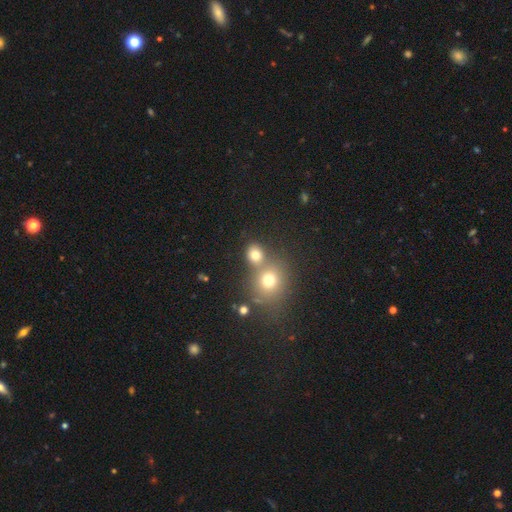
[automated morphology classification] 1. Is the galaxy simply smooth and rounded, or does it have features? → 71% smooth, 18% star or artifact, 11% featured or disk.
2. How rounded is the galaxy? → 73% round, 25% in between, 1% cigar-shaped.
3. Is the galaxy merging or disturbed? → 51% none, 37% merger, 8% minor disturbance, 4% major disturbance.